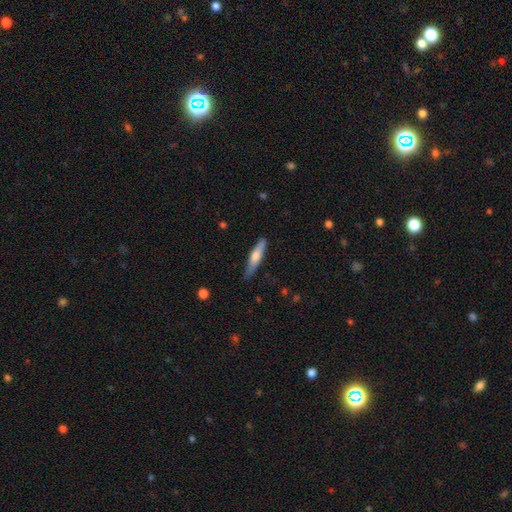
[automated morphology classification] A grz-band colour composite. It shows a smooth galaxy with no disk features (58%) that is cigar-shaped (85%). Merging: none (81%).